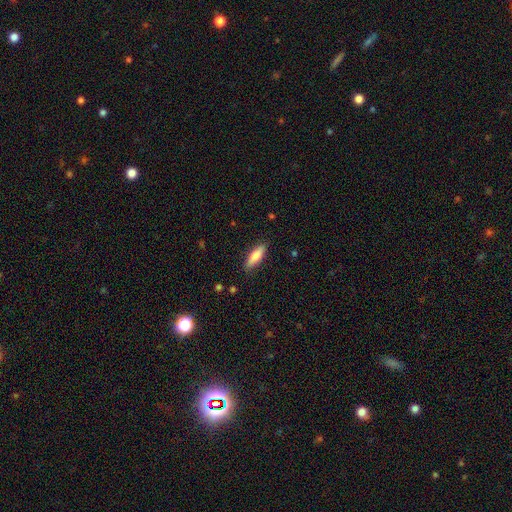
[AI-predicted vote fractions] Smooth or featured: smooth — 75% (featured or disk — 19%)
How rounded: cigar-shaped — 50% (in between — 48%)
Merging: none — 87% (minor disturbance — 10%)